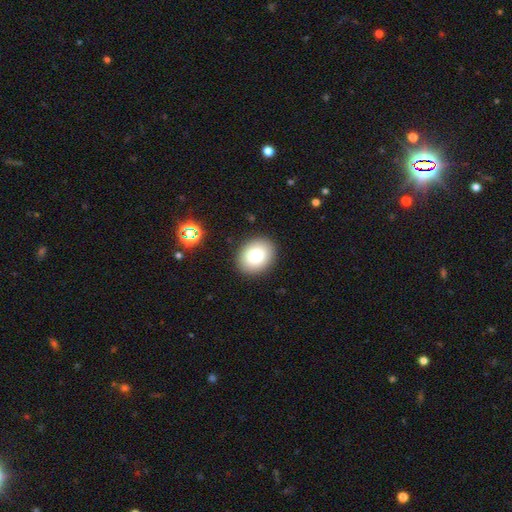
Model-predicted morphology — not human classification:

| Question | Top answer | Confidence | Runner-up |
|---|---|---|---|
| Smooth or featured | smooth | 79% | featured or disk (11%) |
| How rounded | in between | 53% | round (47%) |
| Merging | none | 89% | minor disturbance (7%) |